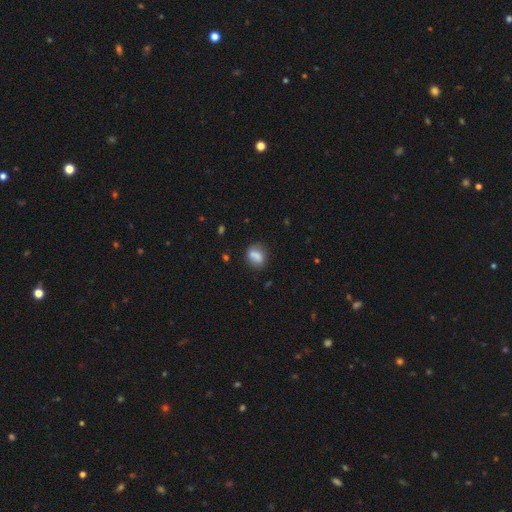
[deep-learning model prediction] Smooth or featured? Predicted: smooth (p=0.77). How rounded? Predicted: in between (p=0.61). Merging? Predicted: none (p=0.66).